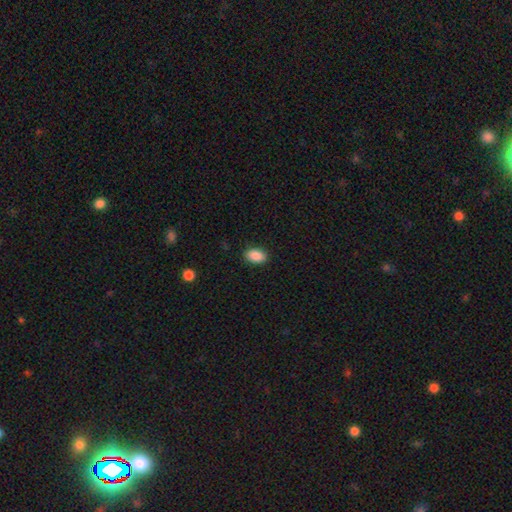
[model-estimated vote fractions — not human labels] A smooth galaxy with no disk features (89%) that is in between round and cigar-shaped (89%). Merging: none (89%).